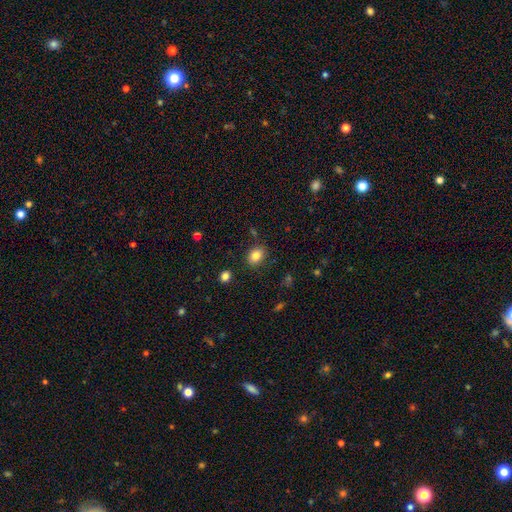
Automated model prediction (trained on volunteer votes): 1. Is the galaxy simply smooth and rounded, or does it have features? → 84% smooth, 10% star or artifact, 6% featured or disk.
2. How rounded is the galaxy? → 59% in between, 40% round, 1% cigar-shaped.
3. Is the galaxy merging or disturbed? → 83% none, 12% minor disturbance, 3% major disturbance, 3% merger.